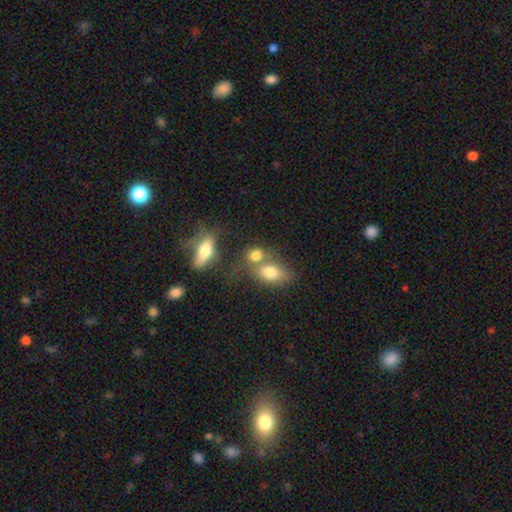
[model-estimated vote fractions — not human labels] This is likely a smooth galaxy (75%). How rounded: possibly in between (59%). Merging: possibly merger (46%).